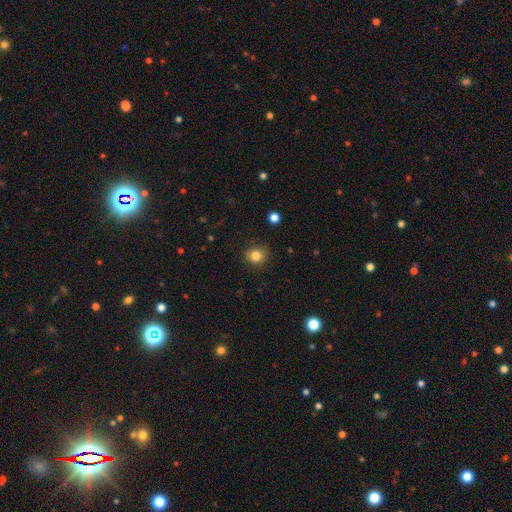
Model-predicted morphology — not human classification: Smooth or featured: smooth — 83% (star or artifact — 11%)
How rounded: round — 81% (in between — 18%)
Merging: none — 85% (minor disturbance — 11%)